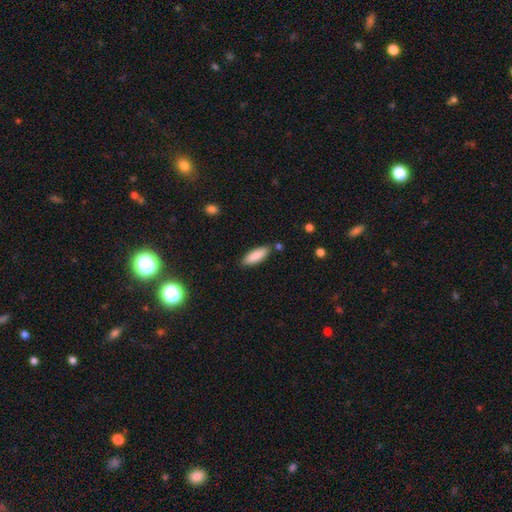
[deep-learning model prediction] This is clearly a smooth galaxy (88%). How rounded: likely in between (63%). Merging: clearly none (84%).